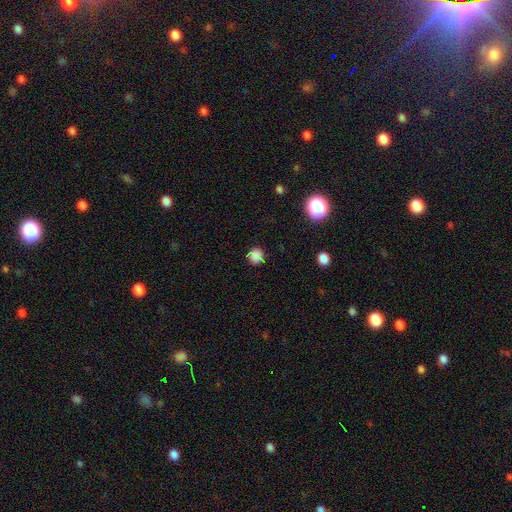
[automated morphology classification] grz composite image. It shows a smooth galaxy with no disk features (81%) that is round (89%). Merging: none (81%).